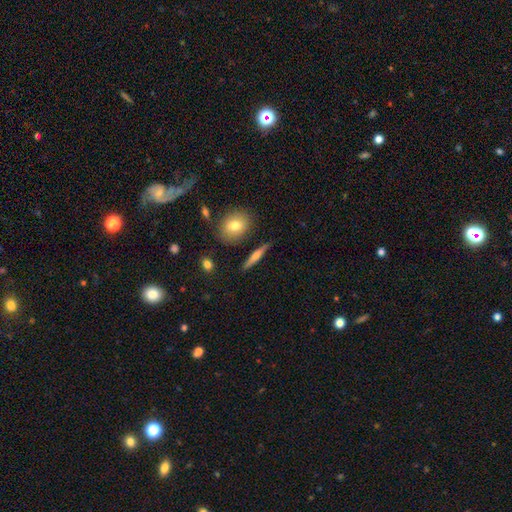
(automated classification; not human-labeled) Morphology: type=featured or disk (47%); merging=none (86%).